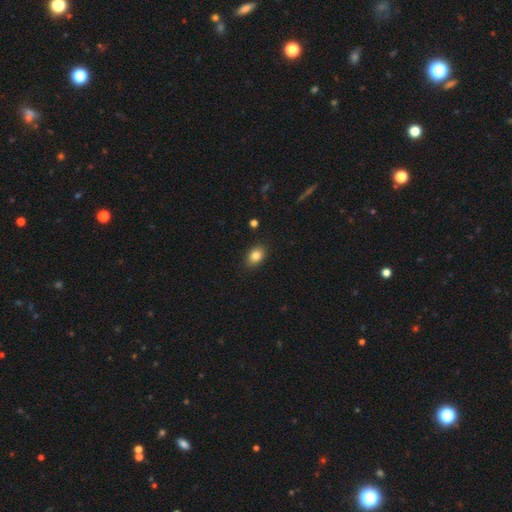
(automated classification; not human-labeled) Smooth or featured?
  - smooth: 85% *
  - star or artifact: 9%
  - featured or disk: 6%
How rounded?
  - in between: 72% *
  - round: 27%
  - cigar-shaped: 1%
Merging?
  - none: 87% *
  - minor disturbance: 9%
  - major disturbance: 2%
  - merger: 1%